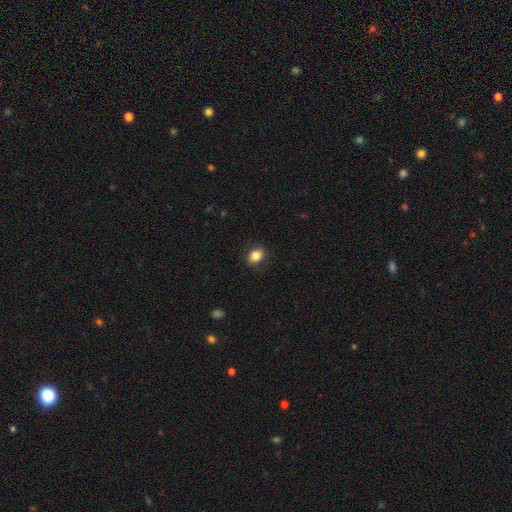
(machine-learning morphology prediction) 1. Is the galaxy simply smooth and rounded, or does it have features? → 85% smooth, 9% star or artifact, 6% featured or disk.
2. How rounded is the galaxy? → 67% in between, 31% round, 1% cigar-shaped.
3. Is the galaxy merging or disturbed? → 86% none, 11% minor disturbance, 3% major disturbance, 1% merger.